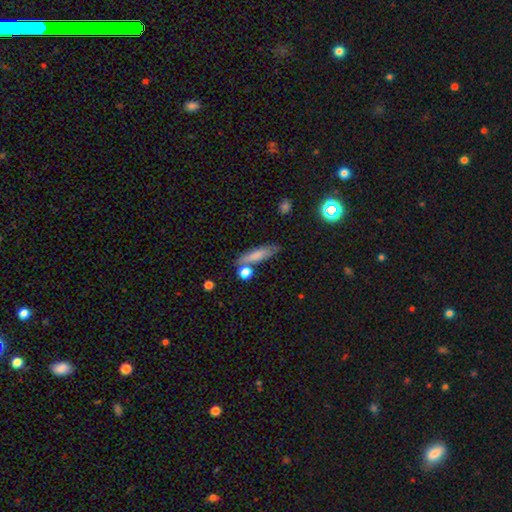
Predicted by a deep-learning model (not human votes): Morphology: type=smooth (74%); roundness=cigar-shaped (65%); merging=none (67%).